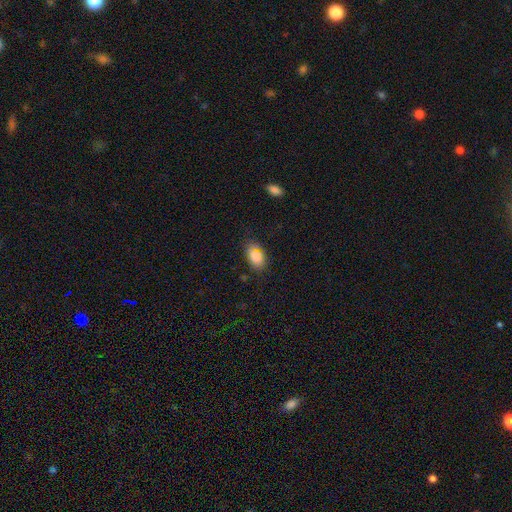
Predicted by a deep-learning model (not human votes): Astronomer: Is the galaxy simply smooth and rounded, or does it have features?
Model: smooth — 82%.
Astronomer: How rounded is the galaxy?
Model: in between — 90%.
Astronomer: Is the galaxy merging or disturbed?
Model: none — 71%.